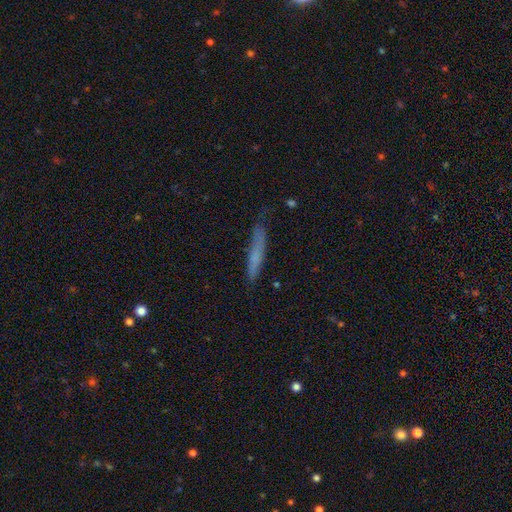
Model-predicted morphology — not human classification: Smooth or featured? smooth (64%)
How rounded? cigar-shaped (94%)
Merging? none (72%)